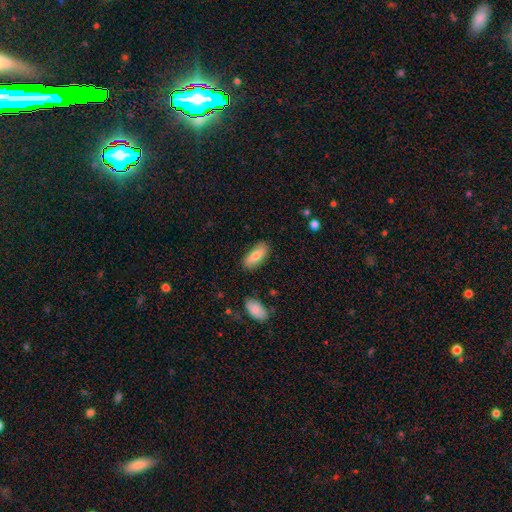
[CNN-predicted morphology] smooth_or_featured: smooth (p=0.77) [alt: featured or disk p=0.16]
how_rounded: in between (p=0.71) [alt: cigar-shaped p=0.27]
merging: none (p=0.83) [alt: minor disturbance p=0.13]